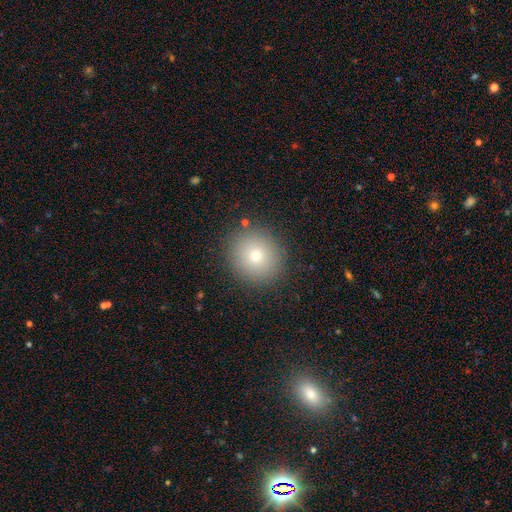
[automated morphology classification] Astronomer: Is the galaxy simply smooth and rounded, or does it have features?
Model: smooth — 75%.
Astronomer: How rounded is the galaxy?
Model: round — 87%.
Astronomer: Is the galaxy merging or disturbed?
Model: none — 89%.